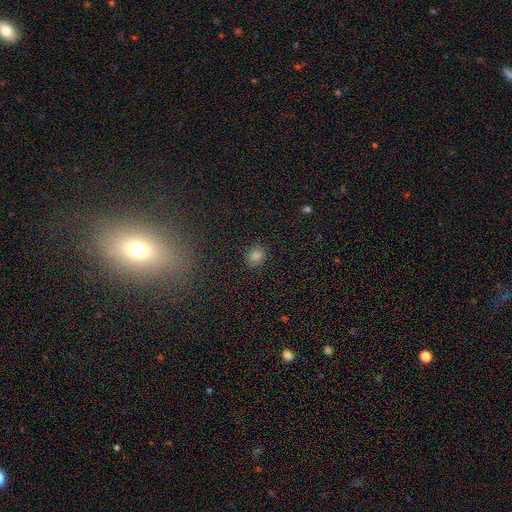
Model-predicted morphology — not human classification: This is likely a smooth galaxy (80%). How rounded: possibly round (58%). Merging: clearly none (87%).